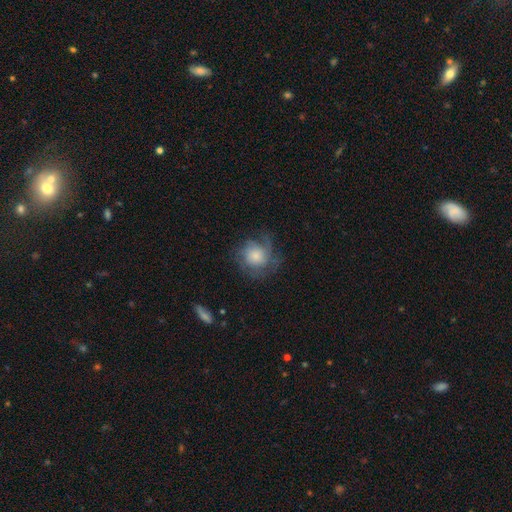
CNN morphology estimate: Smooth or featured? featured or disk (52%)
Edge-on disk? no (97%)
Bar? no (80%)
Spiral arms? yes (85%)
Bulge size? moderate (34%)
Merging? none (63%)